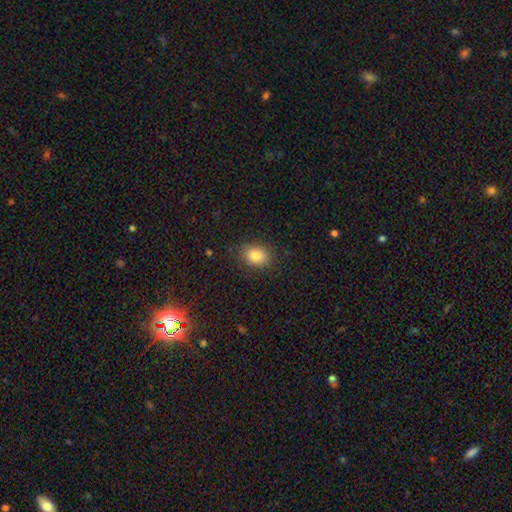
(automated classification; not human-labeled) This appears to be a smooth galaxy with no disk features (82%) that is in between round and cigar-shaped (57%). Merging: none (86%).